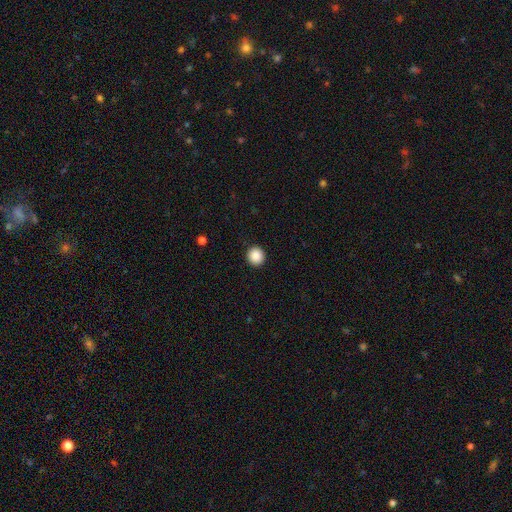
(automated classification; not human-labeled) This is clearly a smooth galaxy (87%). How rounded: clearly round (94%). Merging: clearly none (93%).